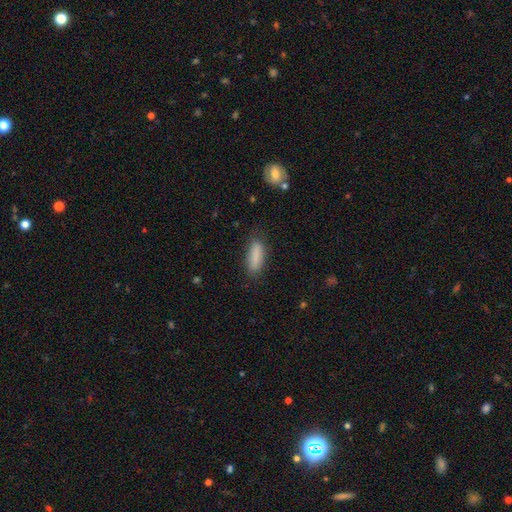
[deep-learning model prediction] This appears to be a smooth galaxy with no disk features (86%) that is in between round and cigar-shaped (52%). Merging: none (79%).